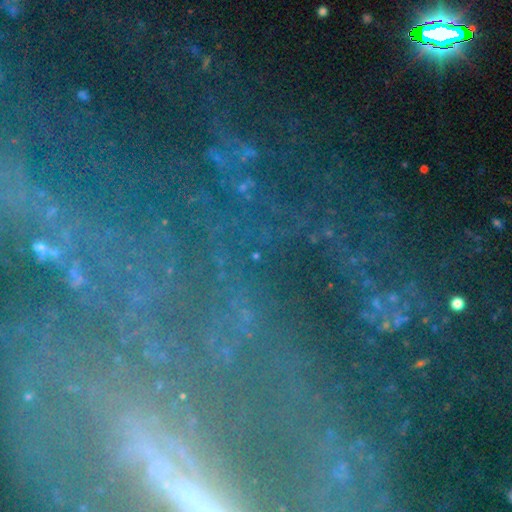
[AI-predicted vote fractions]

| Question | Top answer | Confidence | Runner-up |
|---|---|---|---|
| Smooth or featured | star or artifact | 78% | smooth (12%) |